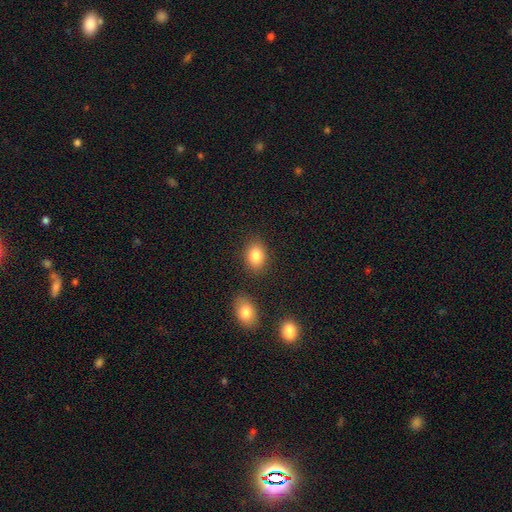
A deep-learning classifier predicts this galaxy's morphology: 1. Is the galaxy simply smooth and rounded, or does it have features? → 84% smooth, 9% star or artifact, 7% featured or disk.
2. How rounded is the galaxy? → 66% in between, 33% round, 1% cigar-shaped.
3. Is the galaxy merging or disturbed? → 82% none, 10% minor disturbance, 5% merger, 3% major disturbance.